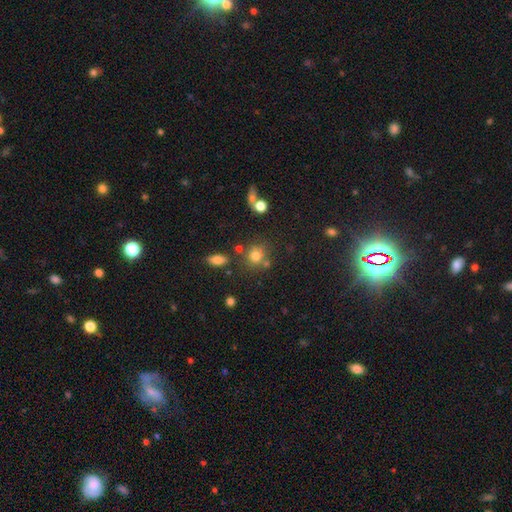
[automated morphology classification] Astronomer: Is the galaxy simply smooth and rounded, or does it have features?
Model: smooth — 75%.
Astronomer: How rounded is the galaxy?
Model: round — 79%.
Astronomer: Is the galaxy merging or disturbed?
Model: none — 66%.